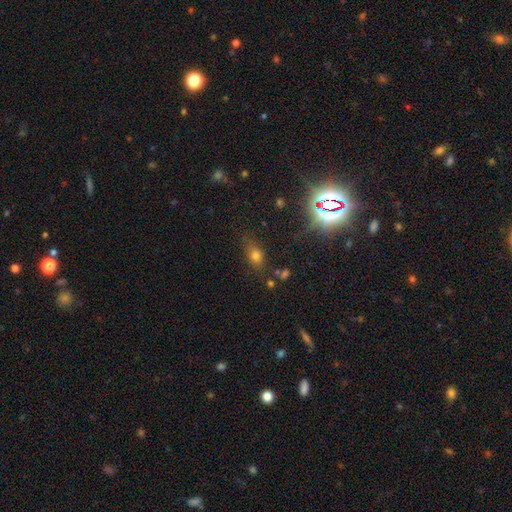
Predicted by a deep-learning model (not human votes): Q: Smooth or featured?
A: smooth (65%); runner-up: star or artifact (24%)
Q: How rounded?
A: in between (62%); runner-up: round (32%)
Q: Merging?
A: none (68%); runner-up: minor disturbance (19%)